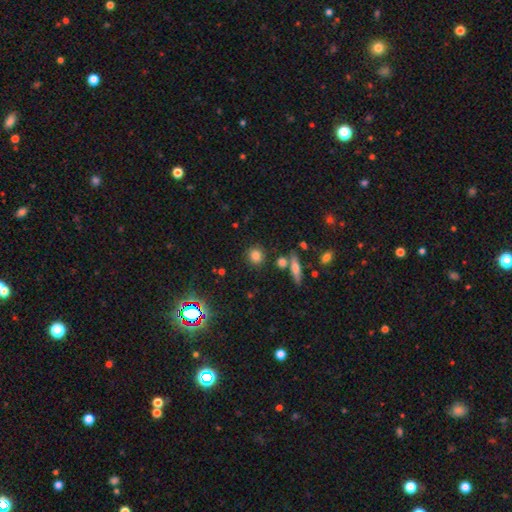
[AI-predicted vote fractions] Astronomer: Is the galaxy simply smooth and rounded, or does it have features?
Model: smooth — 79%.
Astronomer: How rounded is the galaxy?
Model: round — 85%.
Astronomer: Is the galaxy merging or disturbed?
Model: none — 84%.